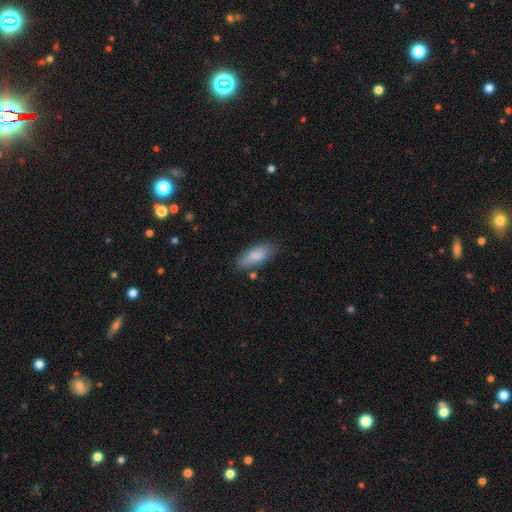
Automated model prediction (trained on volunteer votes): smooth-or-featured: smooth: 85% | featured or disk: 9% | star or artifact: 6%
  how-rounded: in between: 77% | cigar-shaped: 22% | round: 2%
  merging: none: 75% | minor disturbance: 18% | major disturbance: 4% | merger: 4%